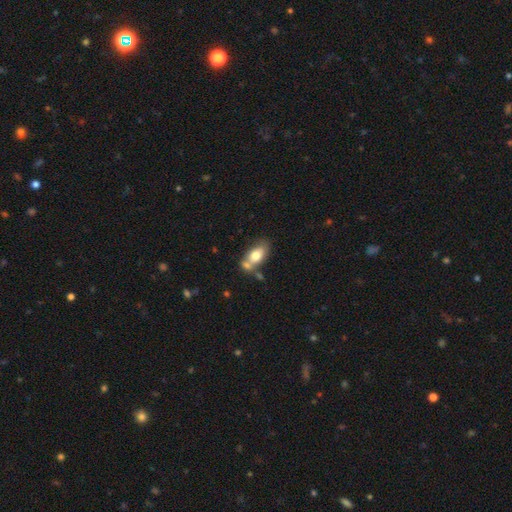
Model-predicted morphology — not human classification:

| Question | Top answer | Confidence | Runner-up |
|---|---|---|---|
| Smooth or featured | smooth | 71% | featured or disk (22%) |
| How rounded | in between | 86% | round (9%) |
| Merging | none | 41% | merger (37%) |